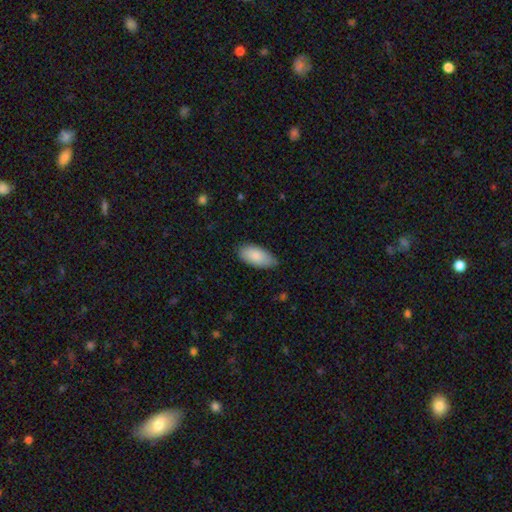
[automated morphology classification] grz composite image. It shows a smooth galaxy with no disk features (86%) that is in between round and cigar-shaped (92%). Merging: none (78%).